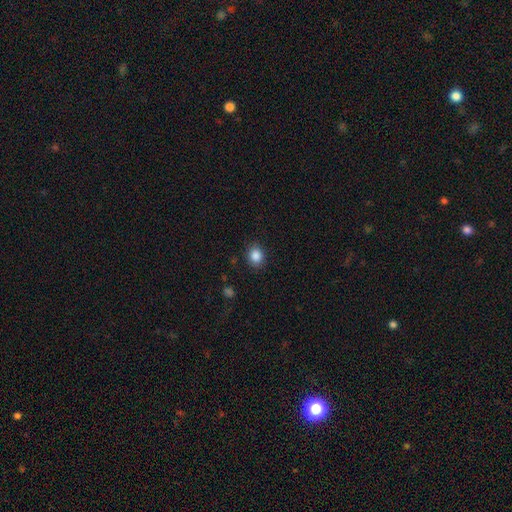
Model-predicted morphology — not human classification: Overall: smooth (86%). How rounded: round (62%; in between 37%). Merging: none (87%).